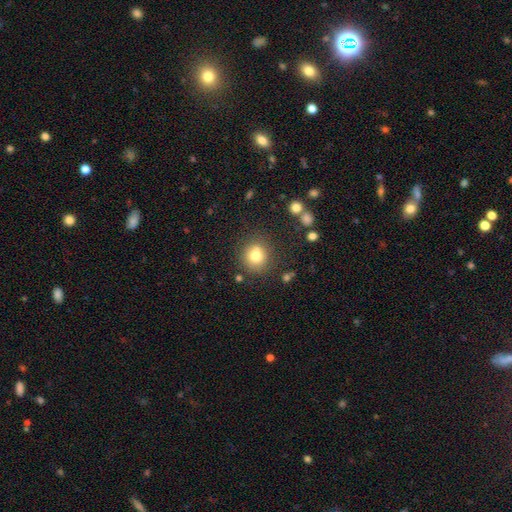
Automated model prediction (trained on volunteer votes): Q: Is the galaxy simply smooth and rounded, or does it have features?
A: smooth — 76%.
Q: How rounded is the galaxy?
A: round — 86%.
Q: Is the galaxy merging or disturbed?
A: none — 73%.